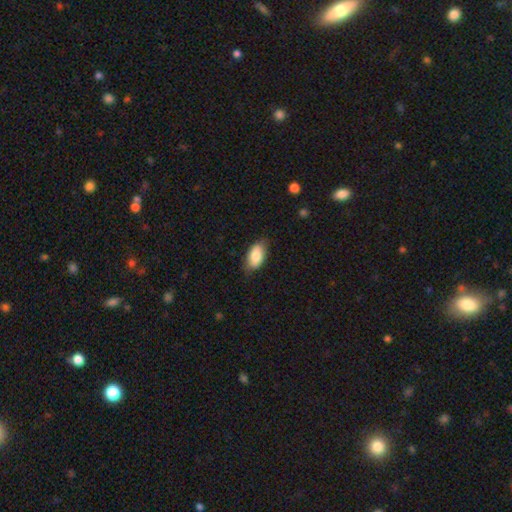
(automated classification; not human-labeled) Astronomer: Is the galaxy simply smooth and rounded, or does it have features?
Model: smooth — 84%.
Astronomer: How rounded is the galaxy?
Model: in between — 93%.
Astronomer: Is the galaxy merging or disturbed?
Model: none — 76%.